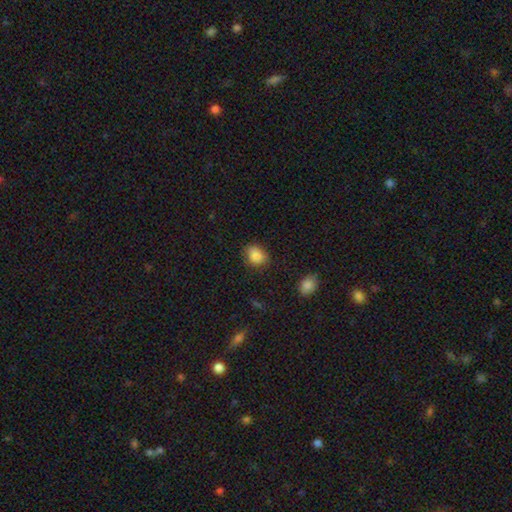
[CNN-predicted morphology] type=smooth (86%); roundness=in between (52%); merging=none (78%).